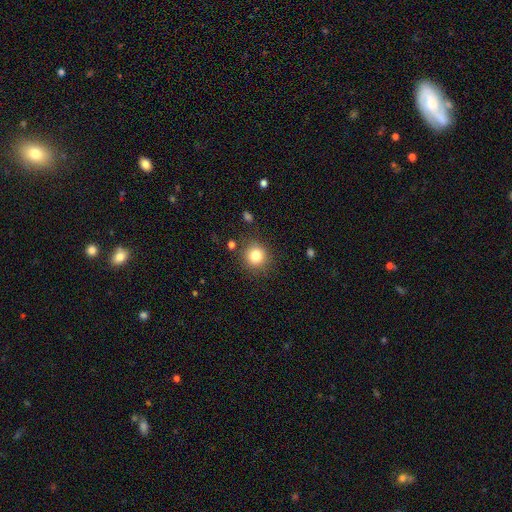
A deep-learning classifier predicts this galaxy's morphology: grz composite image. It shows a smooth galaxy with no disk features (81%) that is round (91%). Merging: none (86%).